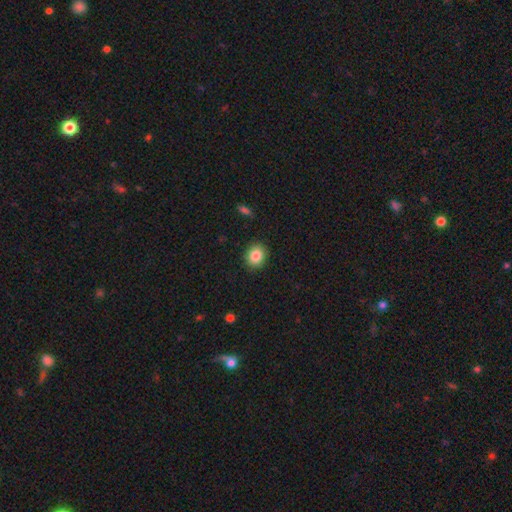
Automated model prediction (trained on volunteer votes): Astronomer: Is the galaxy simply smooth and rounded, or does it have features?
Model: smooth — 85%.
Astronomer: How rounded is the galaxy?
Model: round — 64%.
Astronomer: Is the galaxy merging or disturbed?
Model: none — 89%.